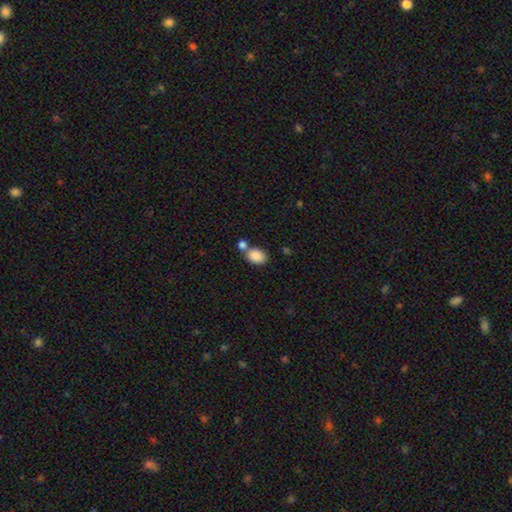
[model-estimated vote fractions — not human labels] A smooth galaxy with no disk features (87%) that is in between round and cigar-shaped (73%).

Vote fractions:
- Smooth or featured? smooth: 87% / star or artifact: 8% / featured or disk: 5%
- How rounded? in between: 73% / round: 26% / cigar-shaped: 1%
- Merging? none: 54% / merger: 32% / minor disturbance: 11% / major disturbance: 4%